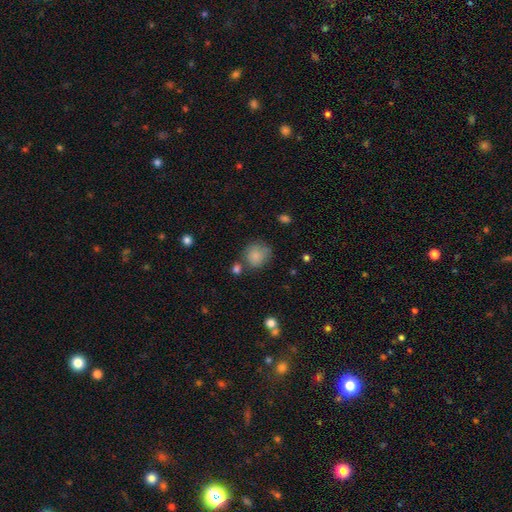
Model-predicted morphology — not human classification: smooth 82%, star or artifact 9%, featured or disk 8%. Down the decision tree: how rounded — round (82%); merging — none (62%).